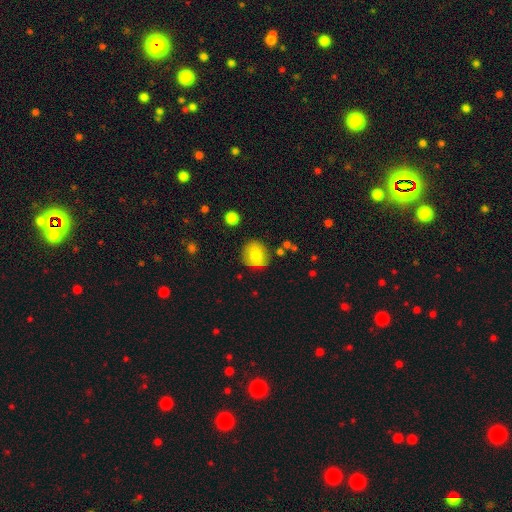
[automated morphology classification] type=smooth (74%); roundness=round (79%); merging=none (72%).